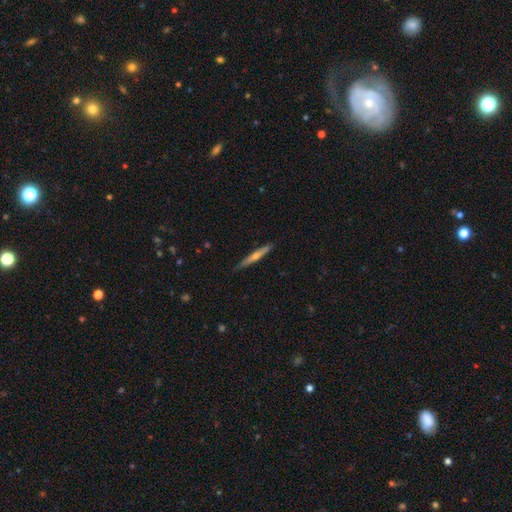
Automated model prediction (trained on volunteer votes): Smooth or featured?
  - featured or disk: 57% *
  - smooth: 37%
  - star or artifact: 6%
Edge-on disk?
  - yes: 97% *
  - no: 3%
Edge-on bulge?
  - rounded: 71% *
  - none: 24%
  - boxy: 5%
Merging?
  - none: 88% *
  - minor disturbance: 9%
  - major disturbance: 1%
  - merger: 1%